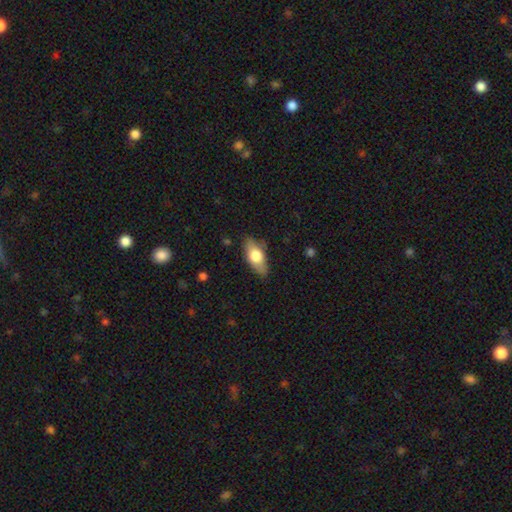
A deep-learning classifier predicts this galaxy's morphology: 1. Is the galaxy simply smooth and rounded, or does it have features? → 66% smooth, 28% featured or disk, 6% star or artifact.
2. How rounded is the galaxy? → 82% in between, 14% cigar-shaped, 4% round.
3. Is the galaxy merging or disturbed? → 82% none, 14% minor disturbance, 3% major disturbance, 1% merger.